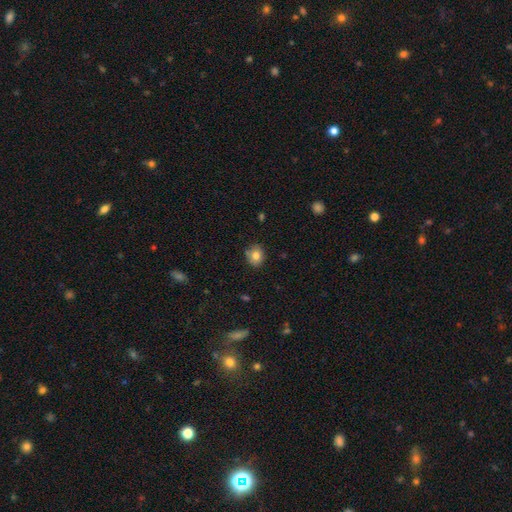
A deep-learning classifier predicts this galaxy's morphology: Smooth or featured? smooth (81%)
How rounded? round (77%)
Merging? none (80%)